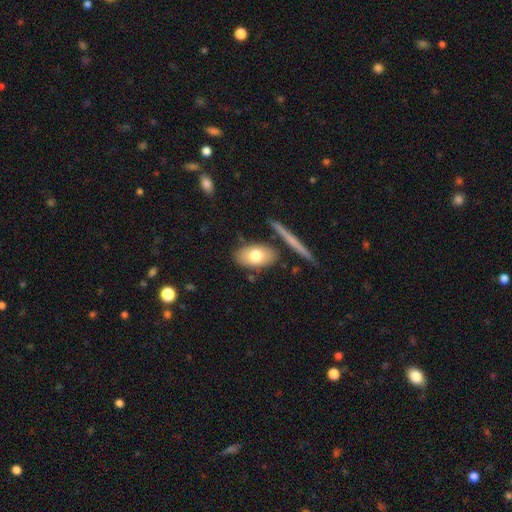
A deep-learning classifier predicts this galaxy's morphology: The model was most divided on "smooth or featured": smooth: 73%, featured or disk: 21%, star or artifact: 6%. More confident: how rounded — in between (88%); merging — none (76%).